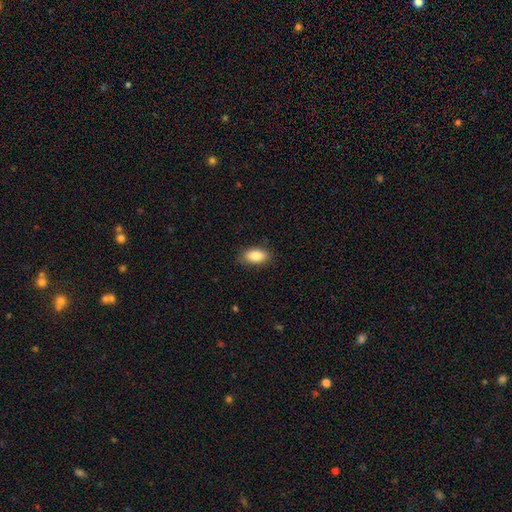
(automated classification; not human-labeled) Smooth or featured?
  - smooth: 87% *
  - star or artifact: 7%
  - featured or disk: 6%
How rounded?
  - in between: 92% *
  - round: 5%
  - cigar-shaped: 4%
Merging?
  - none: 85% *
  - minor disturbance: 11%
  - major disturbance: 3%
  - merger: 1%